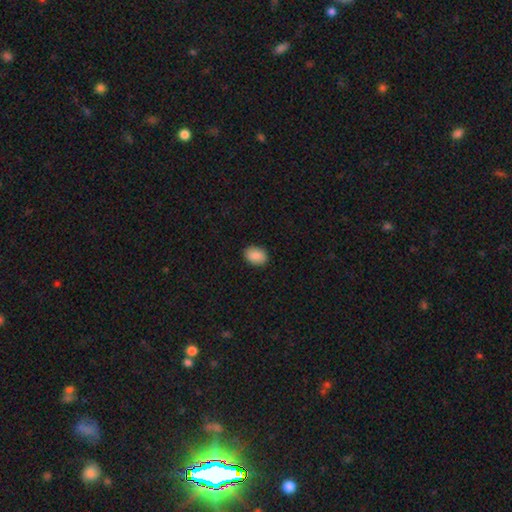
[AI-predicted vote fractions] This is clearly a smooth galaxy (89%). How rounded: likely in between (78%). Merging: clearly none (89%).